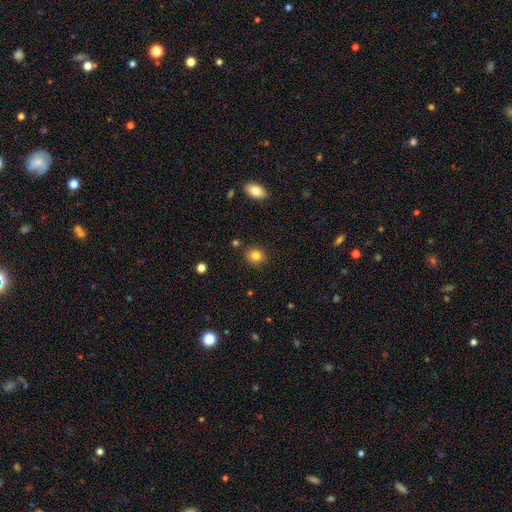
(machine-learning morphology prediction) This appears to be a smooth galaxy with no disk features (82%) that is round (75%). Merging: none (86%).